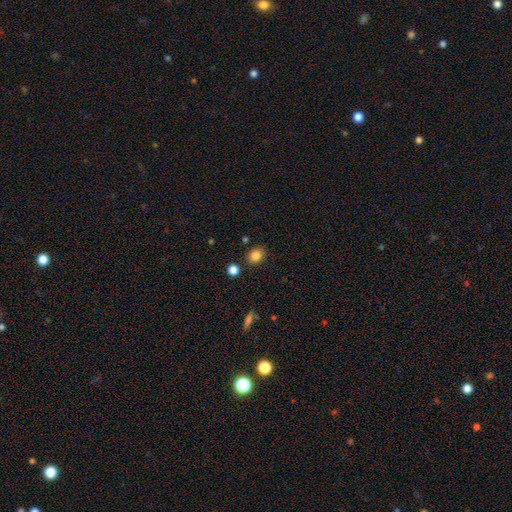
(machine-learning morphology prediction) Smooth or featured: smooth — 83% (star or artifact — 11%)
How rounded: round — 63% (in between — 36%)
Merging: none — 85% (minor disturbance — 9%)